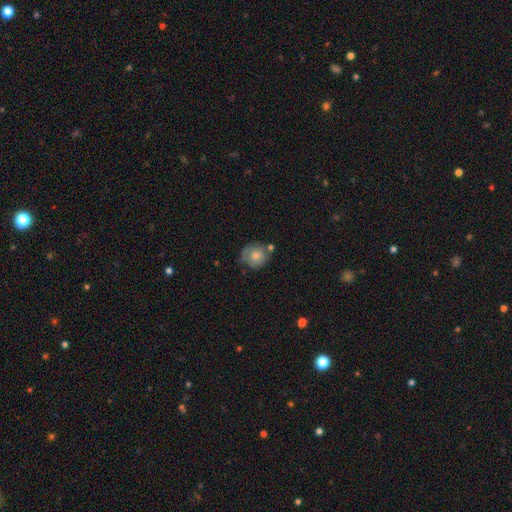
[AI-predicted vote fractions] Overall: smooth (63%; featured or disk 29%). How rounded: round (80%). Merging: none (55%; minor disturbance 25%).